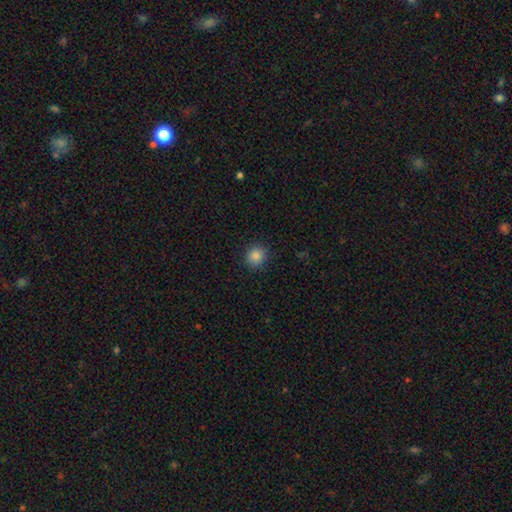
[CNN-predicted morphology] Smooth or featured? smooth (85%)
How rounded? round (81%)
Merging? none (90%)